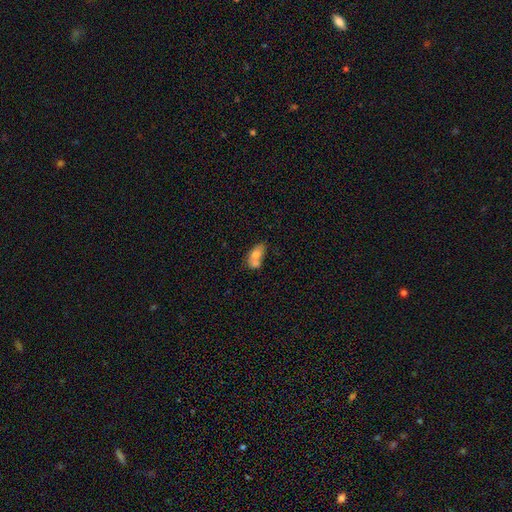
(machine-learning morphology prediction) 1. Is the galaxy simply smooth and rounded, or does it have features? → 67% smooth, 24% featured or disk, 8% star or artifact.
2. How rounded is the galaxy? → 81% in between, 15% round, 4% cigar-shaped.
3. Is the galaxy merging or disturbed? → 58% merger, 23% none, 12% minor disturbance, 7% major disturbance.